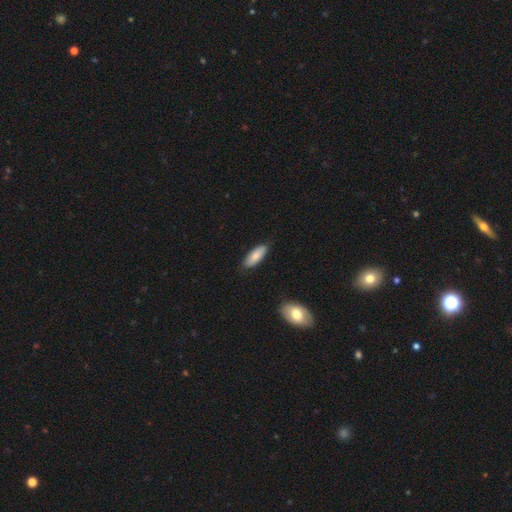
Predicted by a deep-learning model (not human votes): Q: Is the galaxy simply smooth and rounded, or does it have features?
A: smooth — 81%.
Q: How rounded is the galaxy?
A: in between — 74%.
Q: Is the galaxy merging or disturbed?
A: none — 82%.